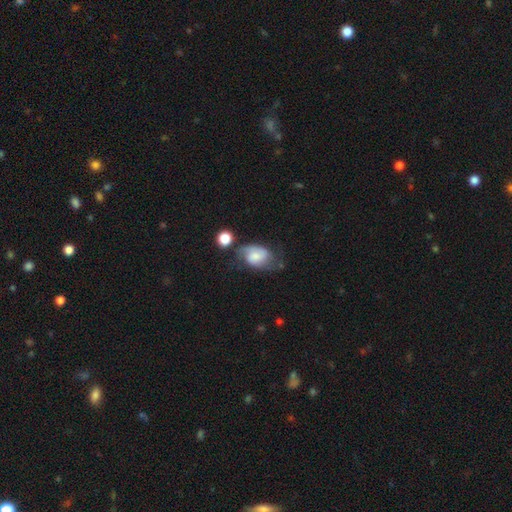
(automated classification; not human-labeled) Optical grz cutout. It shows a smooth galaxy with no disk features (49%). Merging: none (40%).